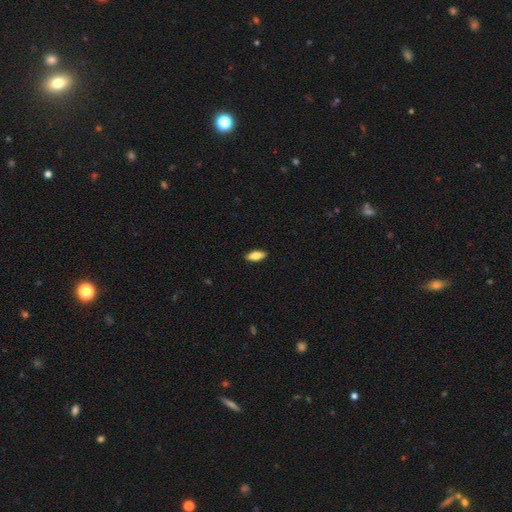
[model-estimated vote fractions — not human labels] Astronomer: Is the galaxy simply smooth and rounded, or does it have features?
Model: smooth — 78%.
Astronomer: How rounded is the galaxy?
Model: in between — 74%.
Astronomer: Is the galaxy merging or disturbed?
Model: none — 90%.